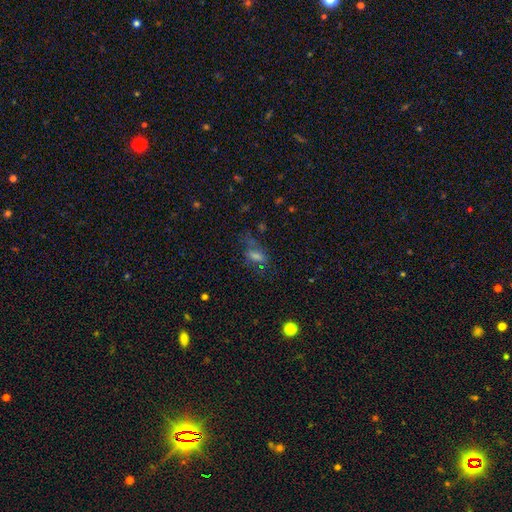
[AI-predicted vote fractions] A smooth galaxy with no disk features (49%).

Vote fractions:
- Smooth or featured? smooth: 49% / star or artifact: 27% / featured or disk: 23%
- Merging? none: 50% / major disturbance: 23% / minor disturbance: 22% / merger: 5%